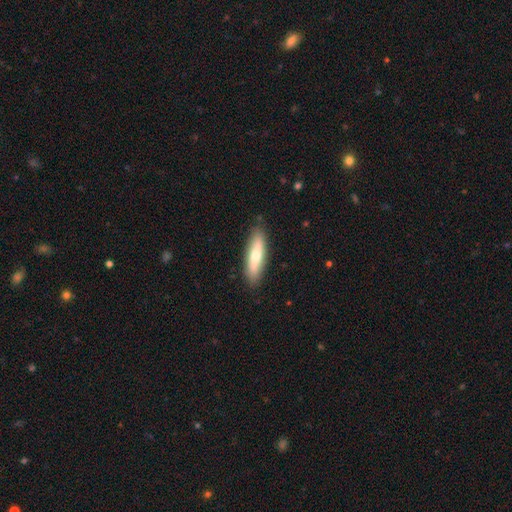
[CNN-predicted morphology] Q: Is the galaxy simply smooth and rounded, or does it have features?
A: smooth — 64%.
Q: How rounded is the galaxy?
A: cigar-shaped — 70%.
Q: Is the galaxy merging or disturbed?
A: none — 88%.